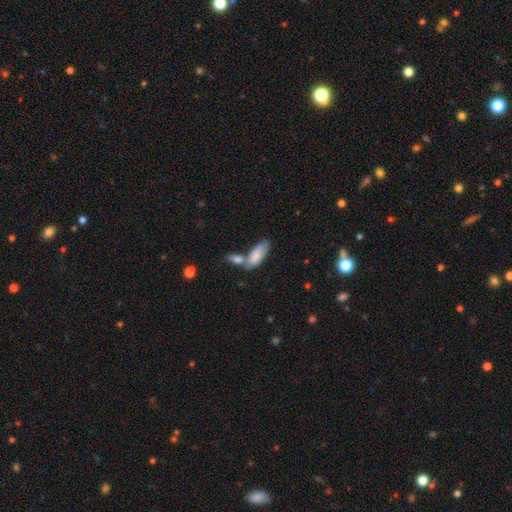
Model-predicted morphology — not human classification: smooth 80%, featured or disk 14%, star or artifact 6%. Down the decision tree: how rounded — in between (77%); merging — merger (49%).